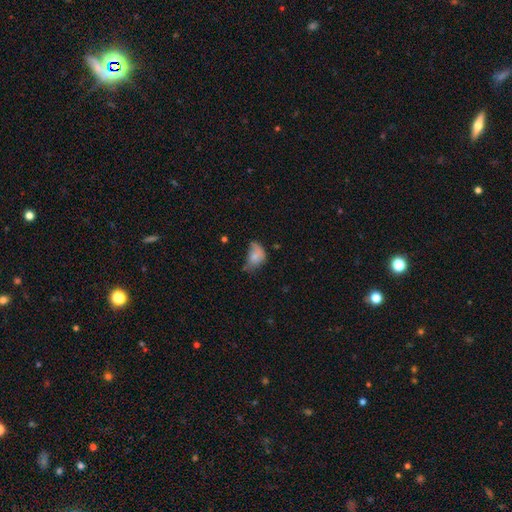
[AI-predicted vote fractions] This is likely a smooth galaxy (70%). How rounded: likely in between (78%). Merging: marginally minor disturbance (41%).